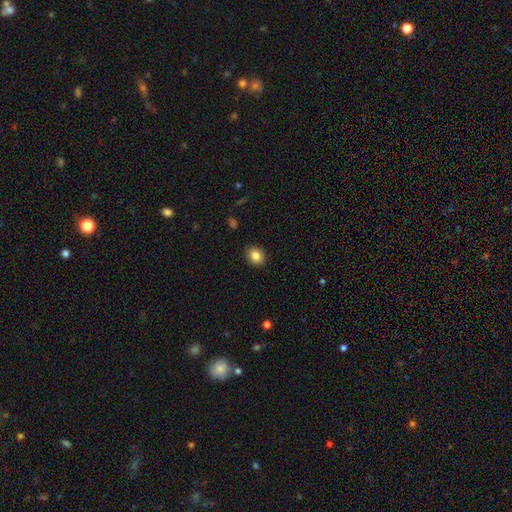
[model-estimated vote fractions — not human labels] This appears to be a smooth galaxy with no disk features (85%) that is round (51%). Merging: none (90%).